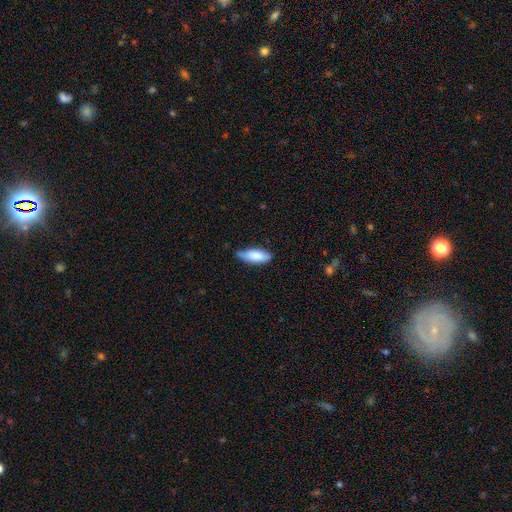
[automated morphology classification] smooth_or_featured: smooth (p=0.80) [alt: featured or disk p=0.15]
how_rounded: in between (p=0.72) [alt: cigar-shaped p=0.26]
merging: none (p=0.61) [alt: minor disturbance p=0.32]